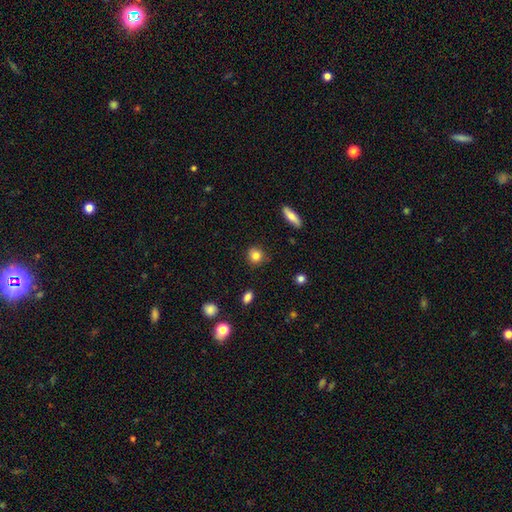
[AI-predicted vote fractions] smooth 83%, star or artifact 10%, featured or disk 7%. Down the decision tree: how rounded — round (86%); merging — none (86%).